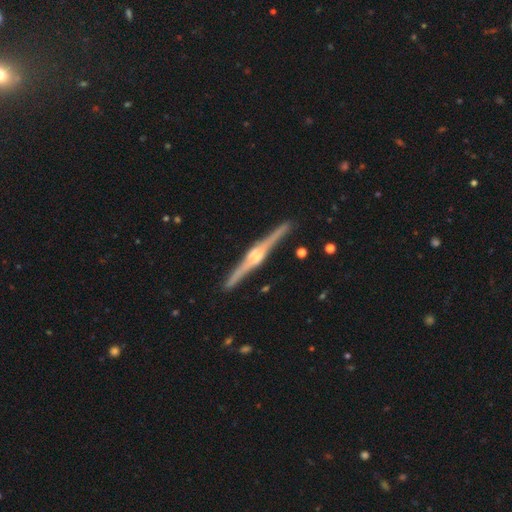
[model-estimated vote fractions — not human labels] Smooth or featured? Predicted: featured or disk (p=0.88). Edge-on disk? Predicted: yes (p=0.98). Edge-on bulge? Predicted: rounded (p=0.81). Merging? Predicted: none (p=0.91).